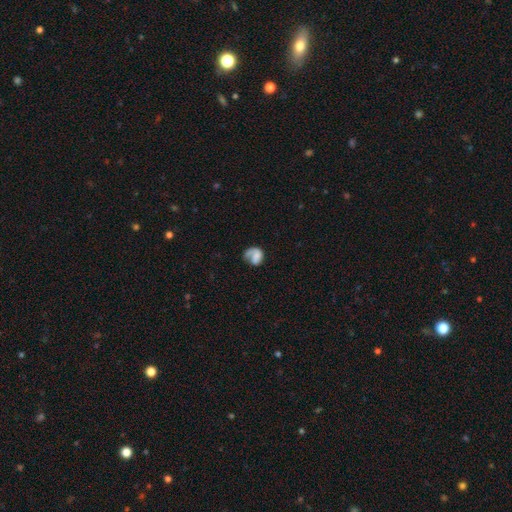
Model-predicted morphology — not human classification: Smooth or featured?
  - featured or disk: 48% *
  - smooth: 43%
  - star or artifact: 9%
Merging?
  - none: 37% * (tied)
  - major disturbance: 37% * (tied)
  - minor disturbance: 21%
  - merger: 5%